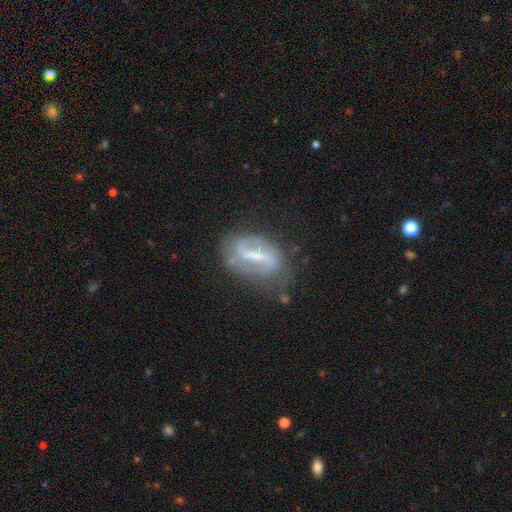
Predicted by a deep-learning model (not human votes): Q: Smooth or featured?
A: featured or disk (77%); runner-up: smooth (16%)
Q: Edge-on disk?
A: no (93%); runner-up: yes (7%)
Q: Bar?
A: strong (59%); runner-up: weak (32%)
Q: Spiral arms?
A: yes (82%); runner-up: no (18%)
Q: Spiral winding?
A: loose (40%); runner-up: medium (39%)
Q: Spiral arm count?
A: 2 (79%); runner-up: can't tell (10%)
Q: Bulge size?
A: small (45%); runner-up: moderate (32%)
Q: Merging?
A: none (68%); runner-up: minor disturbance (20%)